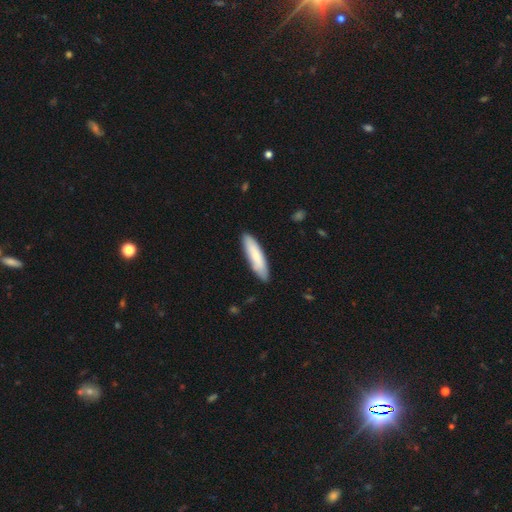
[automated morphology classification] A smooth galaxy with no disk features (78%) that is cigar-shaped (72%). Merging: none (86%).